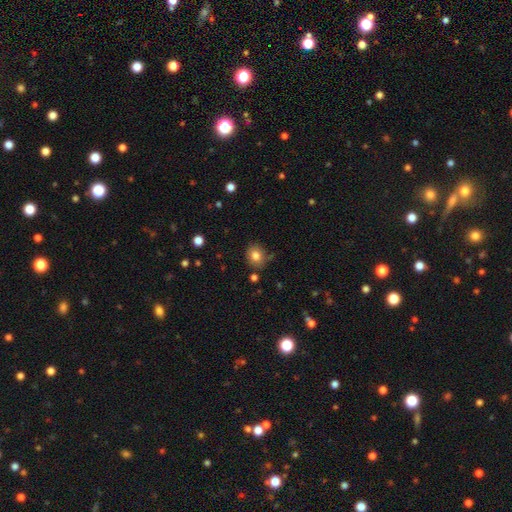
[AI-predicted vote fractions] This appears to be a smooth galaxy with no disk features (81%) that is round (72%). Merging: none (78%).